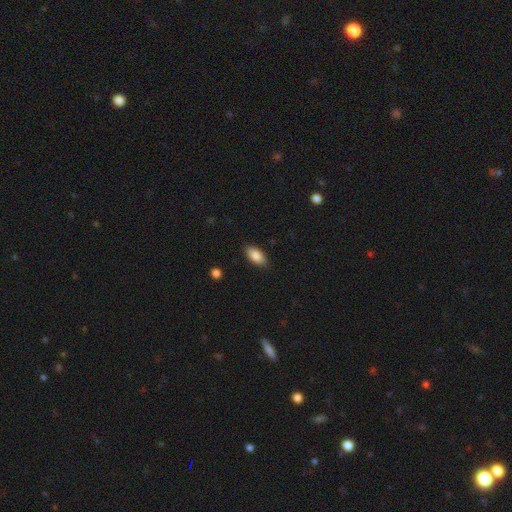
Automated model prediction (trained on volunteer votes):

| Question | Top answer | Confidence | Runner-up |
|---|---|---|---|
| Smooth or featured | smooth | 86% | featured or disk (7%) |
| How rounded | in between | 92% | cigar-shaped (4%) |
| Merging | none | 88% | minor disturbance (9%) |